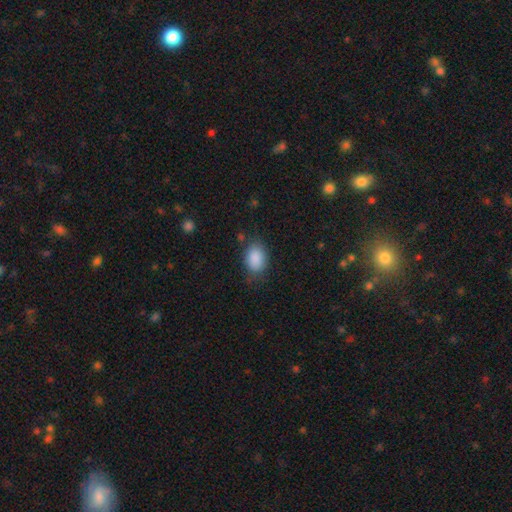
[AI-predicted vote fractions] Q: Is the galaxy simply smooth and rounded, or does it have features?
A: smooth — 88%.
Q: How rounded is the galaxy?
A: in between — 80%.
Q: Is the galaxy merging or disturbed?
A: none — 75%.